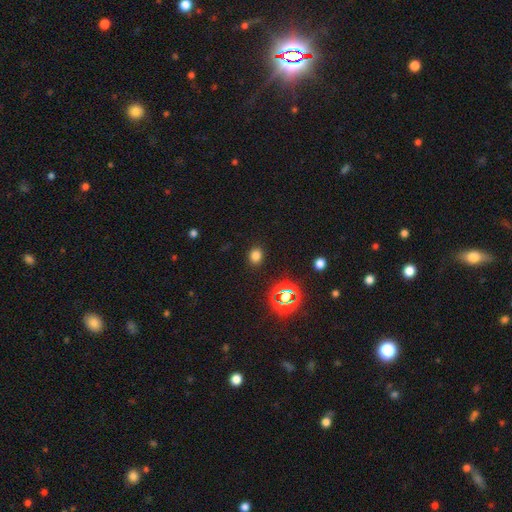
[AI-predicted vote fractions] Morphology: type=smooth (75%); roundness=round (54%); merging=none (88%).